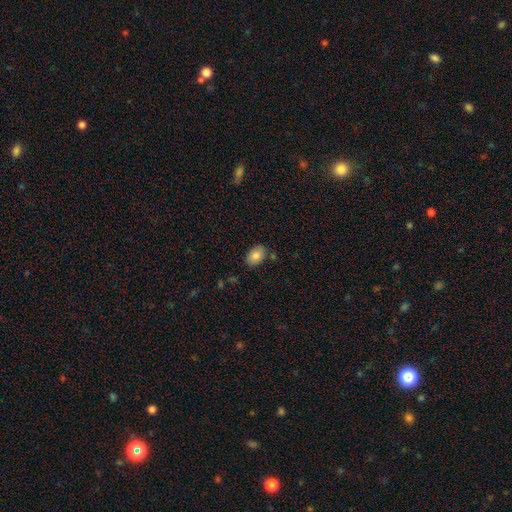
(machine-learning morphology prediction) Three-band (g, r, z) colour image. It shows a smooth galaxy with no disk features (84%) that is in between round and cigar-shaped (86%). Merging: none (80%).